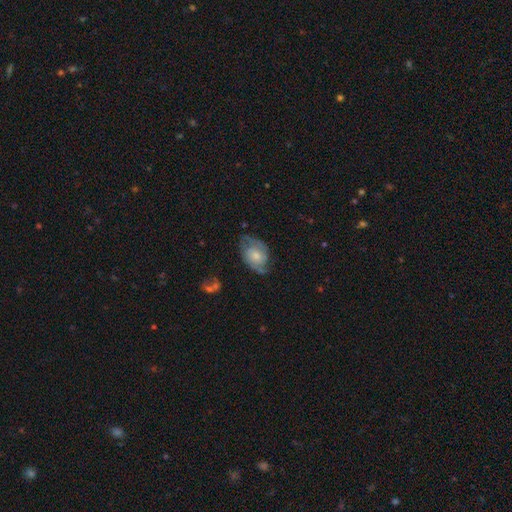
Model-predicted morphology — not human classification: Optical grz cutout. It shows a featured or disk galaxy (66%) with no bar (68%), 2 (75%) medium (45%) spiral arms (86%) and a moderate central bulge (45%). Merging: none (59%).